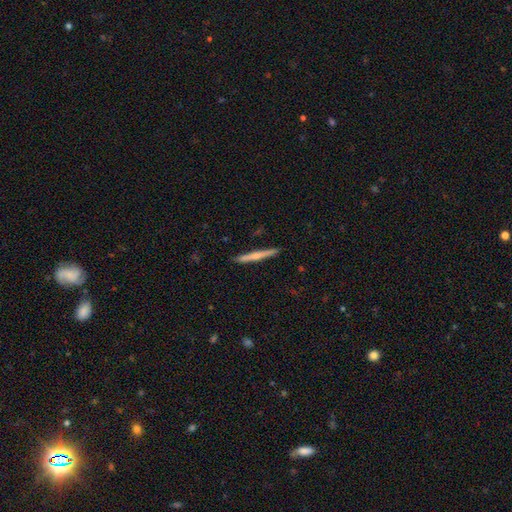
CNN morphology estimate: type=featured or disk (49%); merging=none (91%).